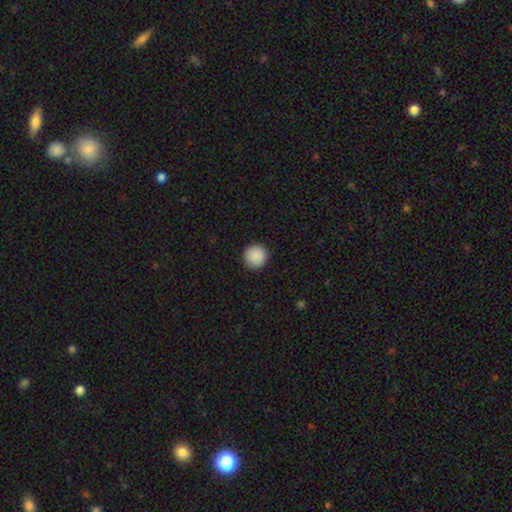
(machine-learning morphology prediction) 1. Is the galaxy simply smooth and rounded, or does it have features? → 90% smooth, 8% star or artifact, 3% featured or disk.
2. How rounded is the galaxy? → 96% round, 3% in between, 1% cigar-shaped.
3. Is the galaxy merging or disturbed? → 92% none, 5% minor disturbance, 2% major disturbance, 1% merger.